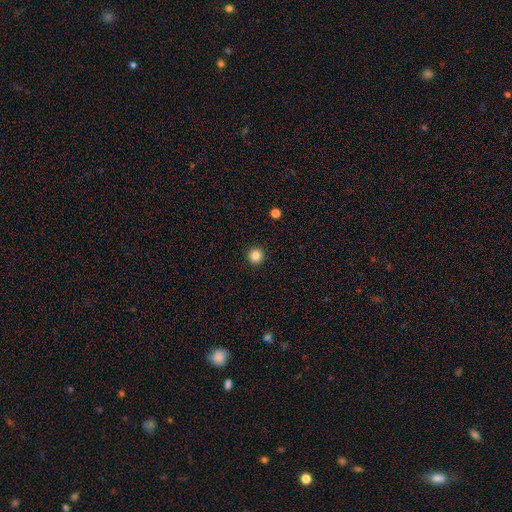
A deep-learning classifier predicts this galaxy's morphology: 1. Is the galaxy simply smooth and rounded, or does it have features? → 84% smooth, 12% star or artifact, 4% featured or disk.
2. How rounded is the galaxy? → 96% round, 3% in between, 1% cigar-shaped.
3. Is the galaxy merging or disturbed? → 93% none, 4% minor disturbance, 2% major disturbance, 1% merger.